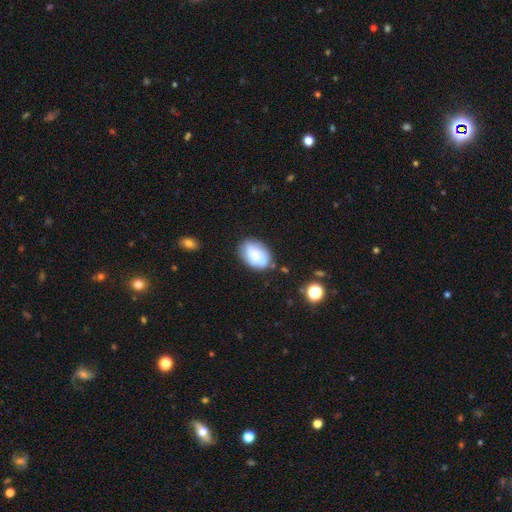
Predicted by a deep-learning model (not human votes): Smooth or featured: smooth — 69% (featured or disk — 23%)
How rounded: in between — 83% (round — 16%)
Merging: none — 72% (minor disturbance — 20%)